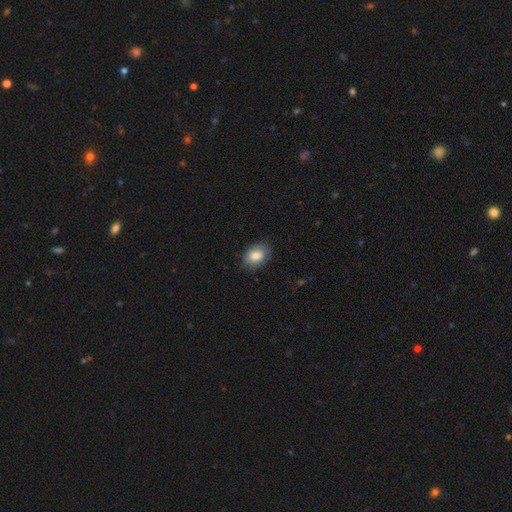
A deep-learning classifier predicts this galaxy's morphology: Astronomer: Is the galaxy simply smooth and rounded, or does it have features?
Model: smooth — 82%.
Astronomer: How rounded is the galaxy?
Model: in between — 83%.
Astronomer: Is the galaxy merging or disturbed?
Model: none — 80%.